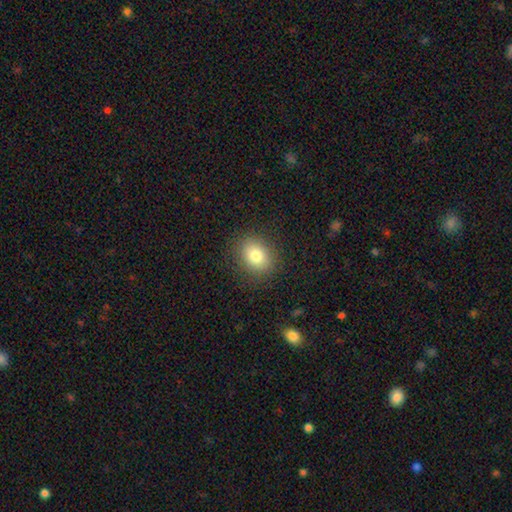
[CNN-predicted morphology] smooth 81%, star or artifact 10%, featured or disk 9%. Down the decision tree: how rounded — round (52%); merging — none (87%).